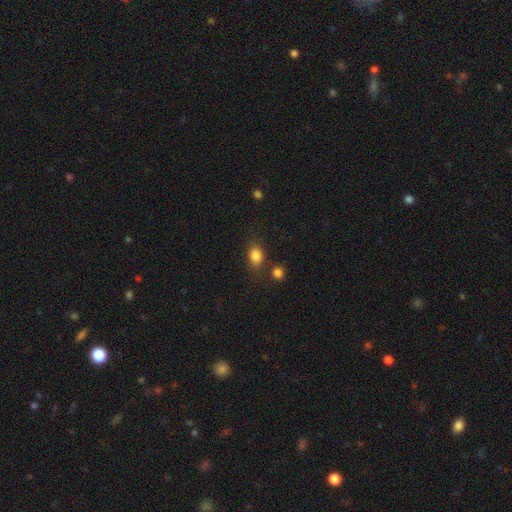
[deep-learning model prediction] smooth-or-featured: smooth: 83% | star or artifact: 11% | featured or disk: 7%
  how-rounded: in between: 62% | round: 36% | cigar-shaped: 2%
  merging: none: 68% | minor disturbance: 15% | merger: 12% | major disturbance: 6%